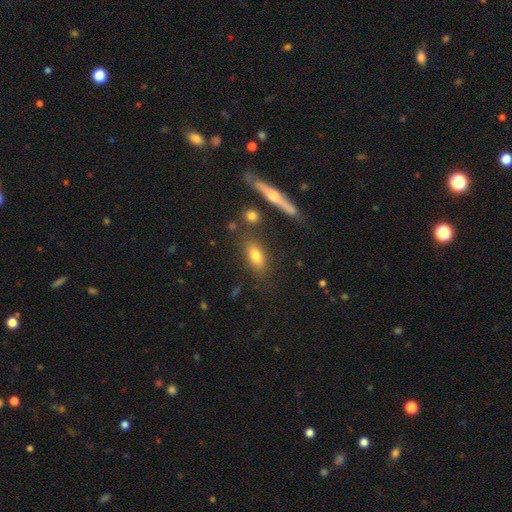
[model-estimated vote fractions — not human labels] Smooth or featured?
  - smooth: 72% *
  - featured or disk: 18%
  - star or artifact: 9%
How rounded?
  - in between: 73% *
  - cigar-shaped: 19%
  - round: 7%
Merging?
  - none: 78% *
  - minor disturbance: 12%
  - merger: 6%
  - major disturbance: 4%